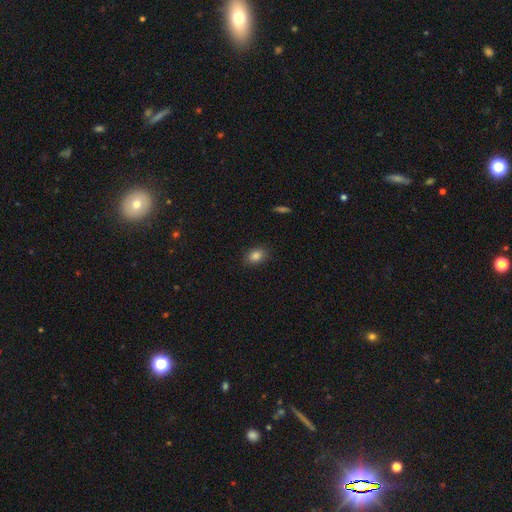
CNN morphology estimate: type=smooth (85%); roundness=in between (74%); merging=none (87%).